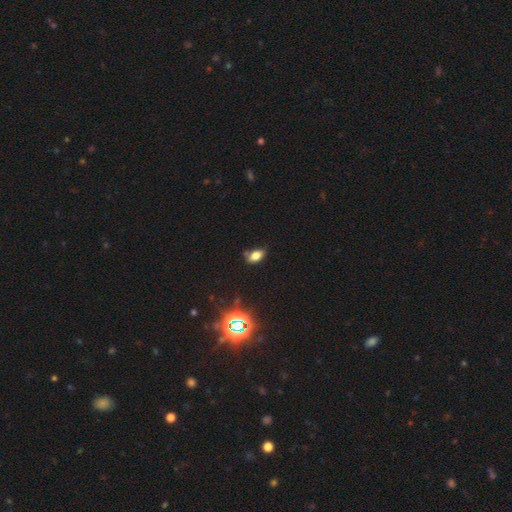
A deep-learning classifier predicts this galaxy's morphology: type=smooth (74%); roundness=in between (88%); merging=none (67%).